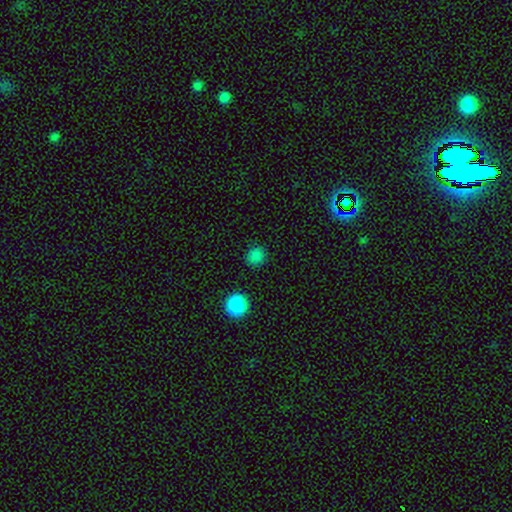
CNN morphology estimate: smooth_or_featured: smooth (p=0.82) [alt: star or artifact p=0.15]
how_rounded: round (p=0.87) [alt: in between p=0.12]
merging: none (p=0.88) [alt: minor disturbance p=0.08]